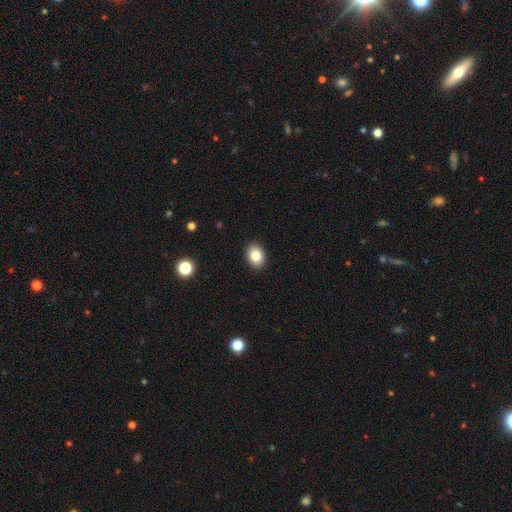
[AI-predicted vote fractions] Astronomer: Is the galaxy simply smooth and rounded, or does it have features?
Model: smooth — 84%.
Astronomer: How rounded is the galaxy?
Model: in between — 66%.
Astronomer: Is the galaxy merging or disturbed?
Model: none — 91%.